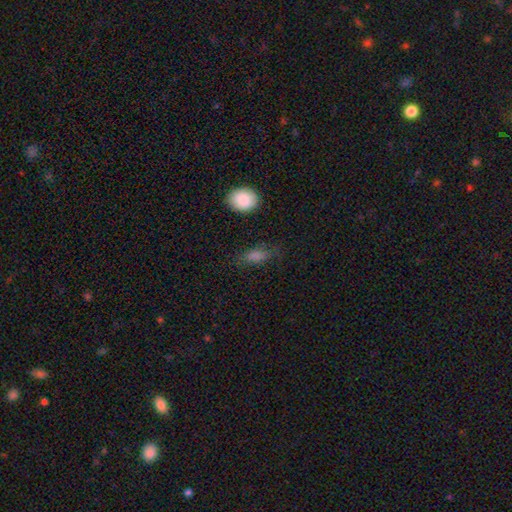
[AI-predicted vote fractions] Smooth or featured?
  - smooth: 78% *
  - star or artifact: 12%
  - featured or disk: 10%
How rounded?
  - in between: 75% *
  - cigar-shaped: 15%
  - round: 9%
Merging?
  - none: 70% *
  - minor disturbance: 20%
  - major disturbance: 7%
  - merger: 2%